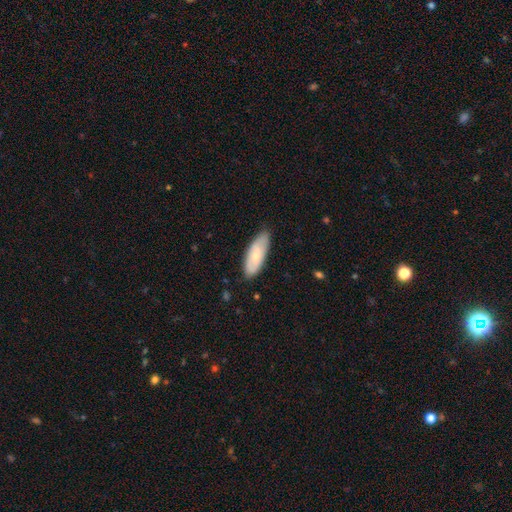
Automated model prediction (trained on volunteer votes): This appears to be a smooth galaxy with no disk features (64%) that is in between round and cigar-shaped (72%). Merging: none (78%).